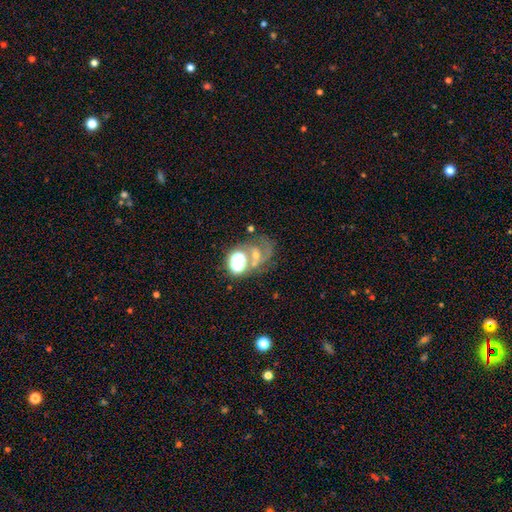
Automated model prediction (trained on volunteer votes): smooth_or_featured: featured or disk (p=0.53) [alt: star or artifact p=0.28]
disk_edge_on: no (p=0.97) [alt: yes p=0.03]
bar: no (p=0.50) [alt: weak p=0.35]
has_spiral_arms: yes (p=0.80) [alt: no p=0.20]
bulge_size: moderate (p=0.45) [alt: small p=0.38]
merging: none (p=0.47) [alt: merger p=0.23]